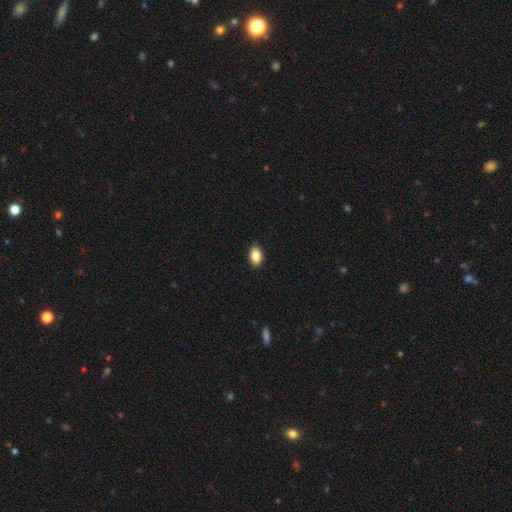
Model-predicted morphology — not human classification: This is clearly a smooth galaxy (86%). How rounded: clearly in between (91%). Merging: clearly none (89%).